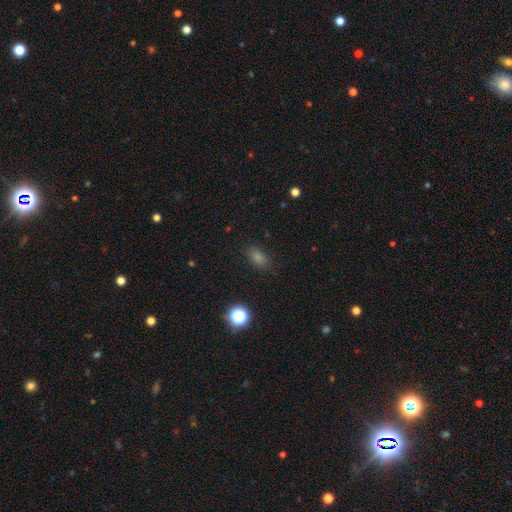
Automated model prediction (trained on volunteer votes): Overall: smooth (69%). How rounded: in between (80%). Merging: none (87%).